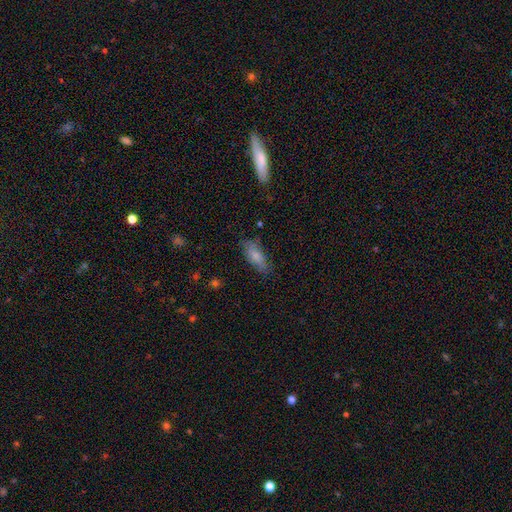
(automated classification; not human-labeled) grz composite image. It shows a smooth galaxy with no disk features (77%) that is in between round and cigar-shaped (76%). Merging: none (69%).